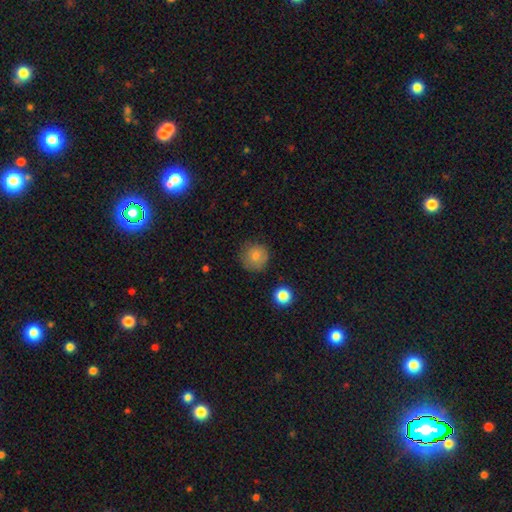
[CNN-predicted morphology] The model was most divided on "smooth or featured": smooth: 79%, star or artifact: 11%, featured or disk: 10%. More confident: how rounded — round (93%); merging — none (84%).